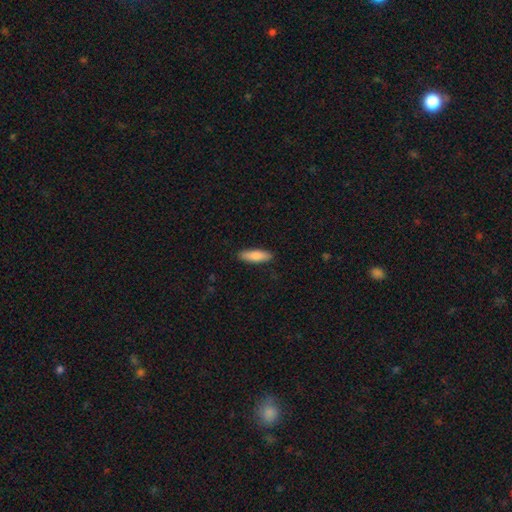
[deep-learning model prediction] smooth_or_featured: smooth (p=0.84) [alt: featured or disk p=0.11]
how_rounded: cigar-shaped (p=0.51) [alt: in between p=0.47]
merging: none (p=0.89) [alt: minor disturbance p=0.08]